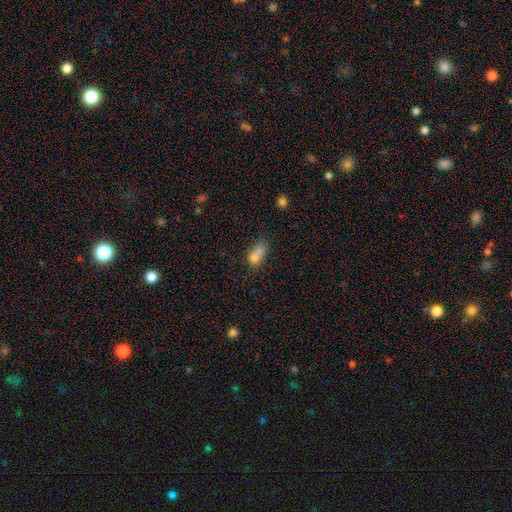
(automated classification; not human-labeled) Q: Smooth or featured?
A: smooth (72%); runner-up: featured or disk (16%)
Q: How rounded?
A: in between (69%); runner-up: round (24%)
Q: Merging?
A: merger (47%); runner-up: none (28%)